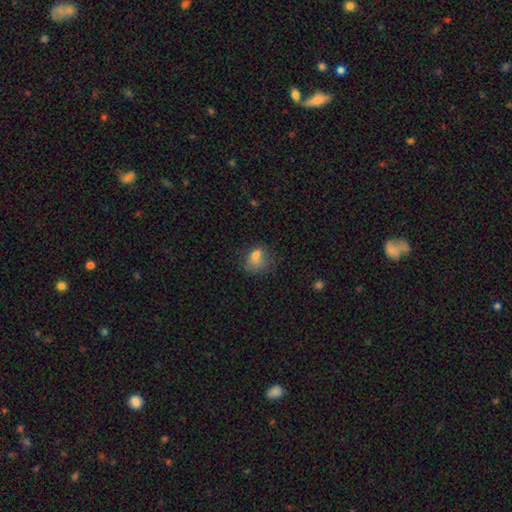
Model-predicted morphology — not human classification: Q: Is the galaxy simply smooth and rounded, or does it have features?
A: smooth — 72%.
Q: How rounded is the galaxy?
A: round — 49%, tied with in between.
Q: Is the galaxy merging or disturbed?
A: none — 41%.